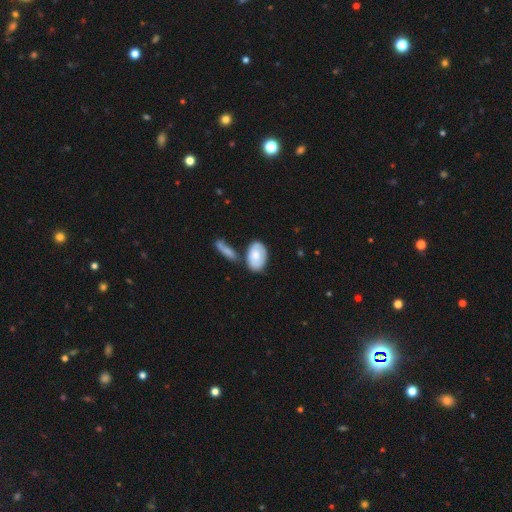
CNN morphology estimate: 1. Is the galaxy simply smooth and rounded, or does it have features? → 68% smooth, 26% featured or disk, 6% star or artifact.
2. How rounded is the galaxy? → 91% in between, 7% round, 2% cigar-shaped.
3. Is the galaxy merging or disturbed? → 54% none, 20% merger, 20% minor disturbance, 6% major disturbance.